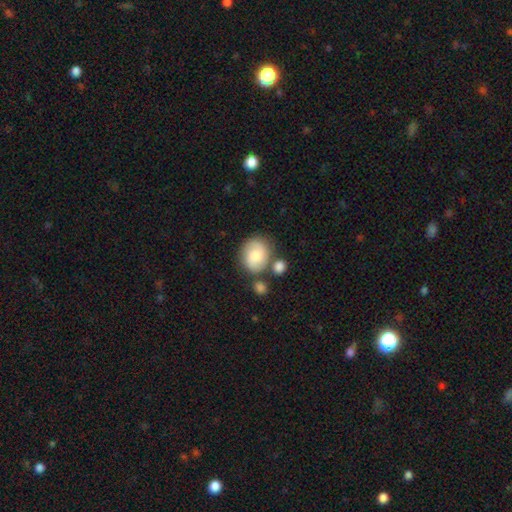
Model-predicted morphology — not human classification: smooth 62%, featured or disk 30%, star or artifact 8%. Down the decision tree: how rounded — round (61%); merging — none (62%).